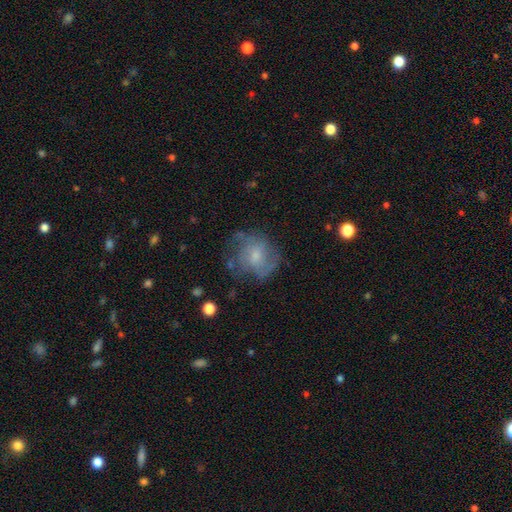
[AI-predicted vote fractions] Smooth or featured: featured or disk — 54% (smooth — 36%)
Edge-on disk: no — 97% (yes — 3%)
Bar: no — 65% (weak — 31%)
Spiral arms: yes — 71% (no — 29%)
Bulge size: small — 44% (moderate — 39%)
Merging: none — 58% (minor disturbance — 23%)